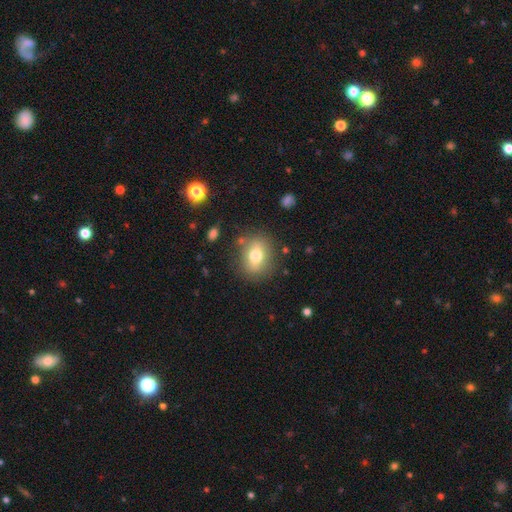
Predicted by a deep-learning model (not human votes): smooth_or_featured: smooth (p=0.70) [alt: featured or disk p=0.21]
how_rounded: in between (p=0.55) [alt: round p=0.43]
merging: none (p=0.80) [alt: minor disturbance p=0.13]